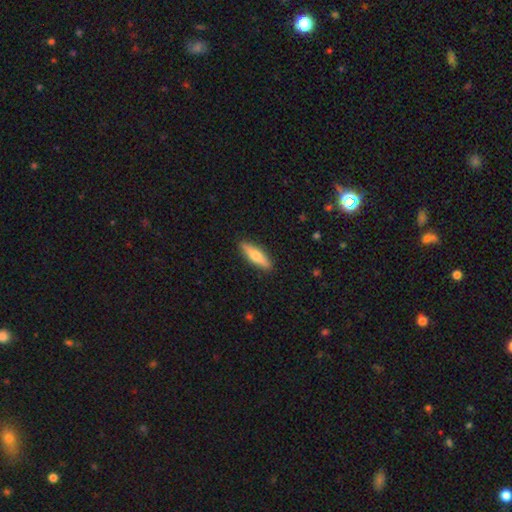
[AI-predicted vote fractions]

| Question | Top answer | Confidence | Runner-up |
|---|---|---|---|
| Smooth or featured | smooth | 58% | featured or disk (36%) |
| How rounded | cigar-shaped | 70% | in between (28%) |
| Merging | none | 89% | minor disturbance (8%) |